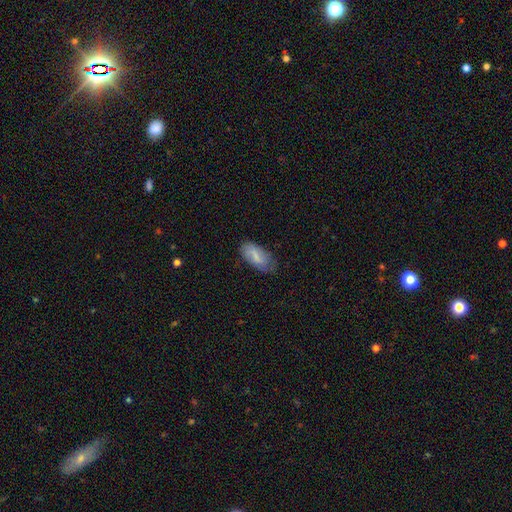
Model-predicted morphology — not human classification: Overall: smooth (72%). How rounded: in between (91%). Merging: none (63%; minor disturbance 29%).